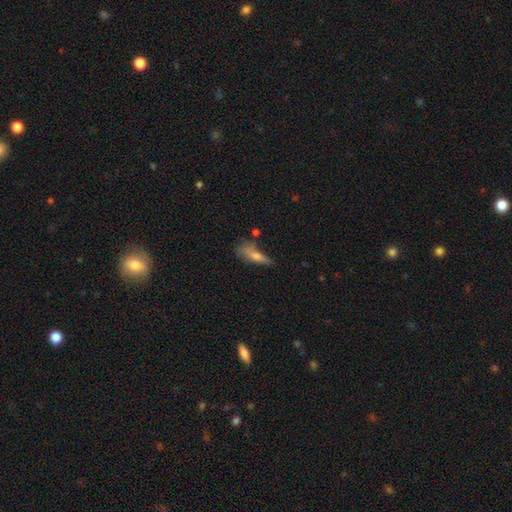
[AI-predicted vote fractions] Smooth or featured? Predicted: smooth (p=0.61). How rounded? Predicted: cigar-shaped (p=0.63). Merging? Predicted: none (p=0.46).